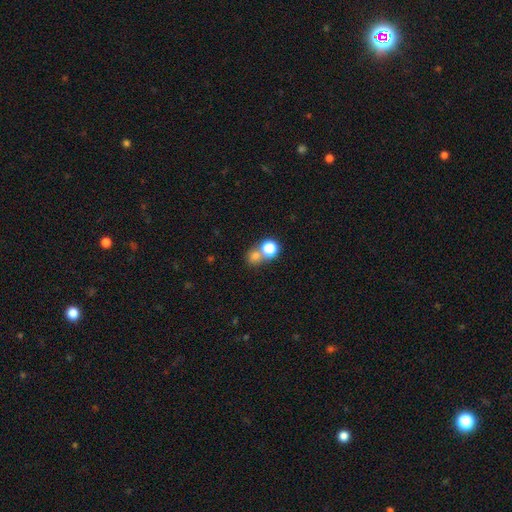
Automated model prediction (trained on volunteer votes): Smooth or featured? smooth (72%)
How rounded? round (83%)
Merging? none (48%)